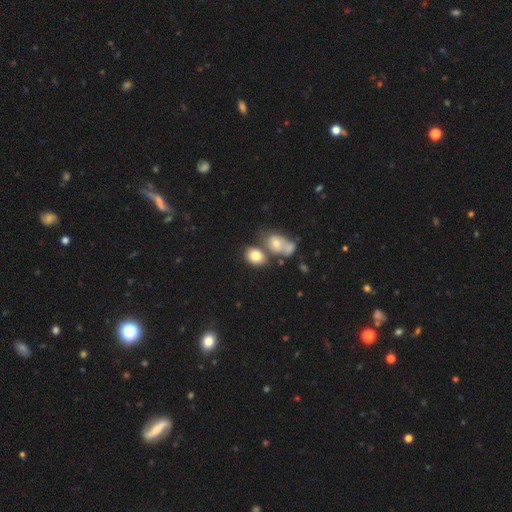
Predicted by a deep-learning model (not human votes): Smooth or featured? Predicted: smooth (p=0.78). How rounded? Predicted: in between (p=0.62). Merging? Predicted: none (p=0.48).